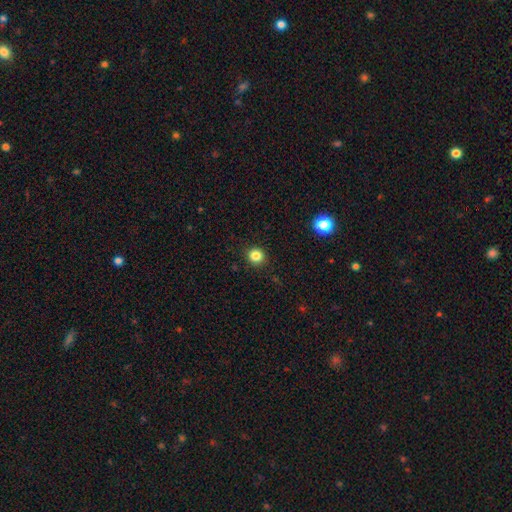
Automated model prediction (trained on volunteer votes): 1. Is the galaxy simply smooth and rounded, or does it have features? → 84% smooth, 12% star or artifact, 4% featured or disk.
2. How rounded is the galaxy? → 92% round, 8% in between, 1% cigar-shaped.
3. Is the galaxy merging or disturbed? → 91% none, 6% minor disturbance, 2% major disturbance, 1% merger.